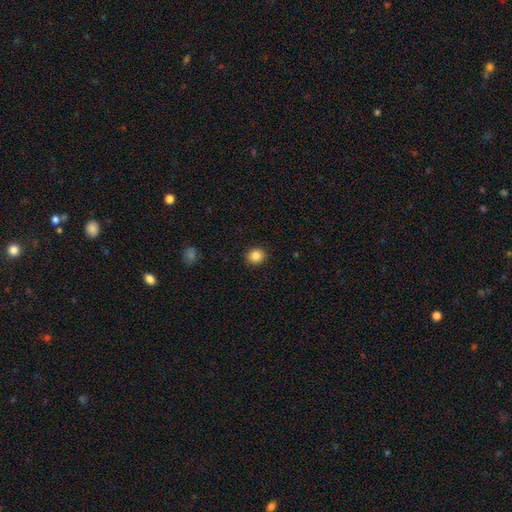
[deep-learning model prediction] smooth-or-featured: smooth: 86% | star or artifact: 10% | featured or disk: 4%
  how-rounded: round: 86% | in between: 13% | cigar-shaped: 1%
  merging: none: 91% | minor disturbance: 6% | major disturbance: 2% | merger: 1%